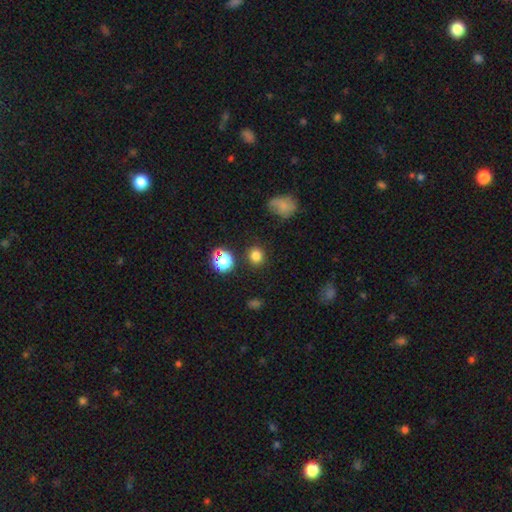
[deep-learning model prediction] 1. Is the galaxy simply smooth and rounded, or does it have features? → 79% smooth, 16% star or artifact, 5% featured or disk.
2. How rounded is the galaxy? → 85% round, 14% in between, 1% cigar-shaped.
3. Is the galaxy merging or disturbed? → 86% none, 8% minor disturbance, 3% merger, 3% major disturbance.